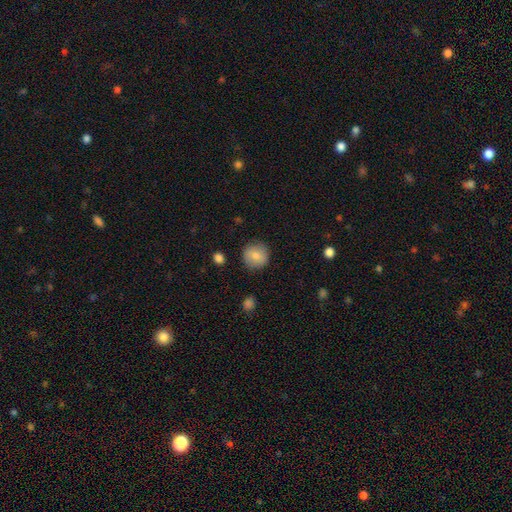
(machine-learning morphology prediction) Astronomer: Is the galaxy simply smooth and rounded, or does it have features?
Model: smooth — 82%.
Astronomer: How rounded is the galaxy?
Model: round — 93%.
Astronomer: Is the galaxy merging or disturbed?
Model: none — 87%.